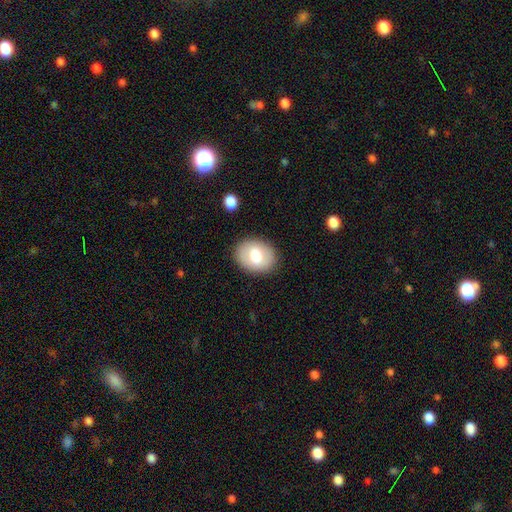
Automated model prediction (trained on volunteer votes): This appears to be a smooth galaxy with no disk features (71%) that is in between round and cigar-shaped (58%). Merging: none (87%).